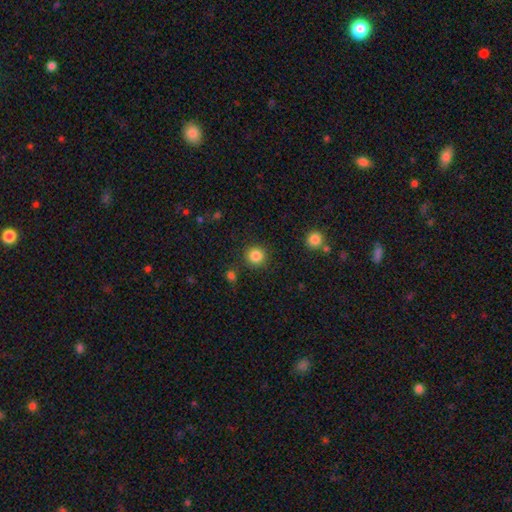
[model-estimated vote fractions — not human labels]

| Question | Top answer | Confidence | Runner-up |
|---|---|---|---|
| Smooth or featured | smooth | 85% | star or artifact (11%) |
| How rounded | round | 94% | in between (6%) |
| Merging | none | 88% | minor disturbance (6%) |